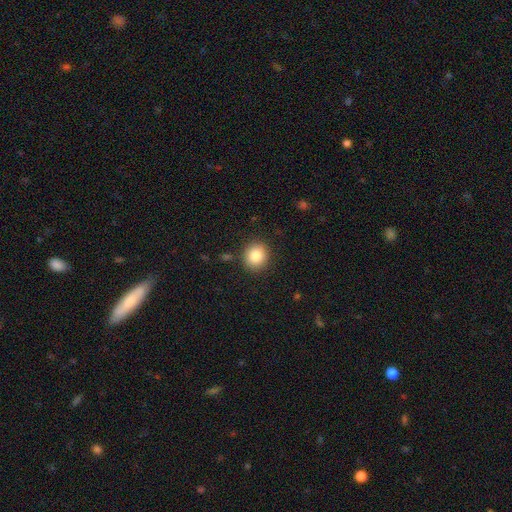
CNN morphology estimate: This appears to be a smooth galaxy with no disk features (84%) that is round (82%). Merging: none (88%).